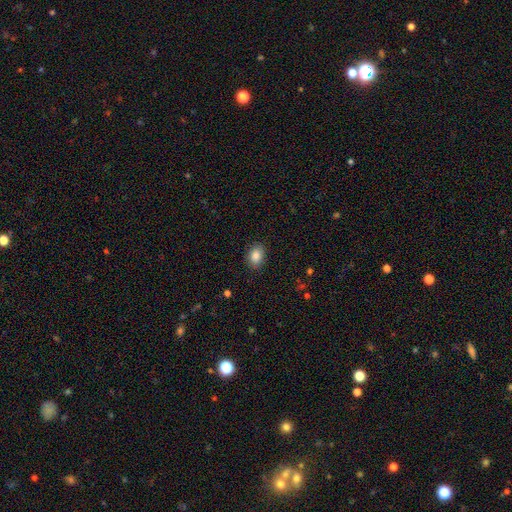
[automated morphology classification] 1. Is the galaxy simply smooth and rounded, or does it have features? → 87% smooth, 8% star or artifact, 5% featured or disk.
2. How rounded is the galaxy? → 73% in between, 26% round, 1% cigar-shaped.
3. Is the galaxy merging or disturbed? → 87% none, 10% minor disturbance, 2% major disturbance, 1% merger.